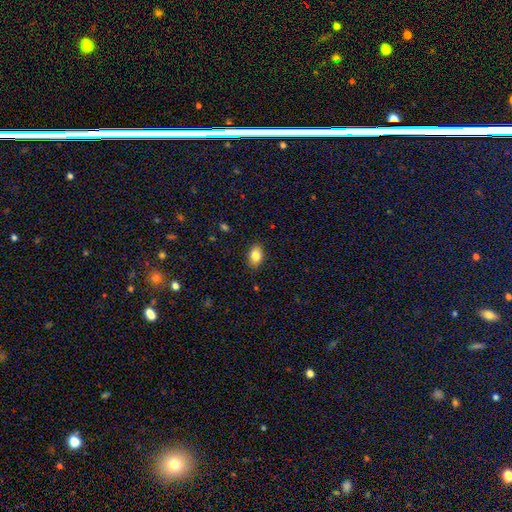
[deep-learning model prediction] smooth-or-featured: smooth: 84% | star or artifact: 8% | featured or disk: 8%
  how-rounded: in between: 85% | round: 13% | cigar-shaped: 2%
  merging: none: 87% | minor disturbance: 10% | major disturbance: 2% | merger: 1%